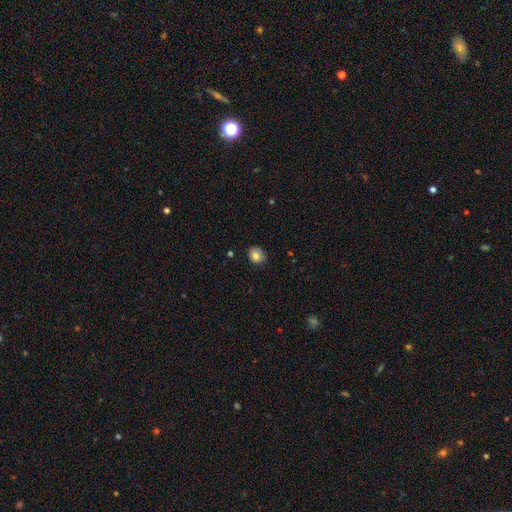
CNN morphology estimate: Smooth or featured? smooth (81%)
How rounded? round (60%)
Merging? none (79%)